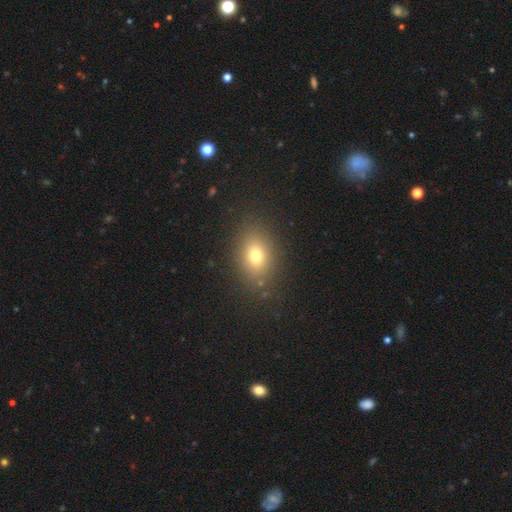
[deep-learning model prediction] Overall: smooth (74%). How rounded: in between (71%). Merging: none (85%).